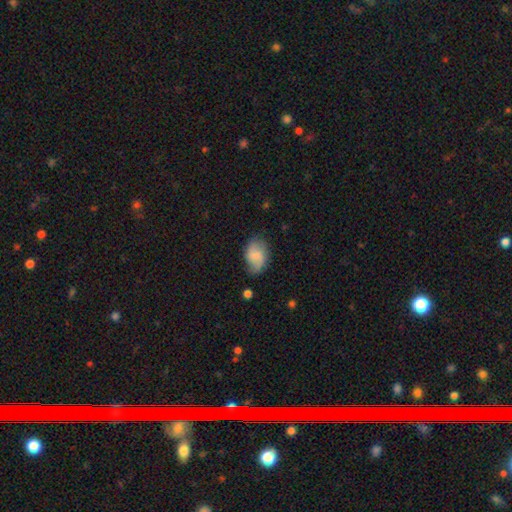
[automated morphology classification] Smooth or featured? Predicted: smooth (p=0.53). How rounded? Predicted: in between (p=0.82). Merging? Predicted: none (p=0.64).